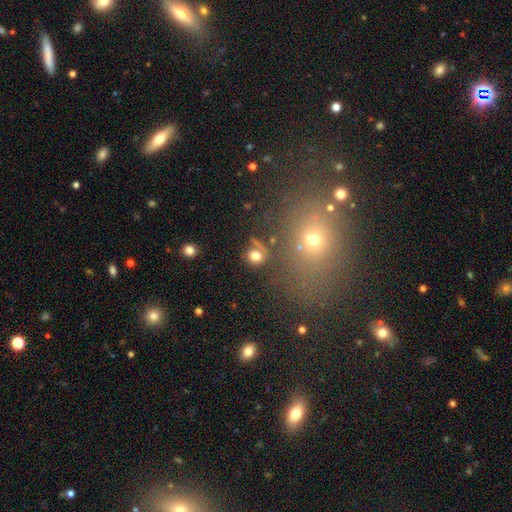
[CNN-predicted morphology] Smooth or featured?
  - smooth: 75% *
  - star or artifact: 14%
  - featured or disk: 11%
How rounded?
  - round: 81% *
  - in between: 17%
  - cigar-shaped: 2%
Merging?
  - none: 65% *
  - minor disturbance: 14%
  - merger: 11%
  - major disturbance: 10%